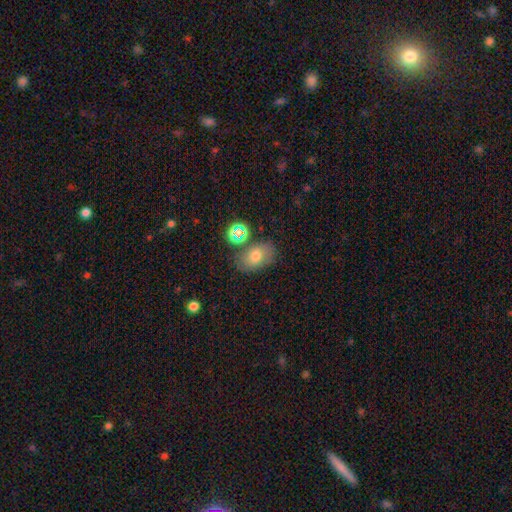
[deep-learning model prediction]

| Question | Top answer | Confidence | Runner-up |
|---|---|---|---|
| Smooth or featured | smooth | 70% | featured or disk (17%) |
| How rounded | in between | 83% | round (15%) |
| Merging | none | 69% | minor disturbance (16%) |